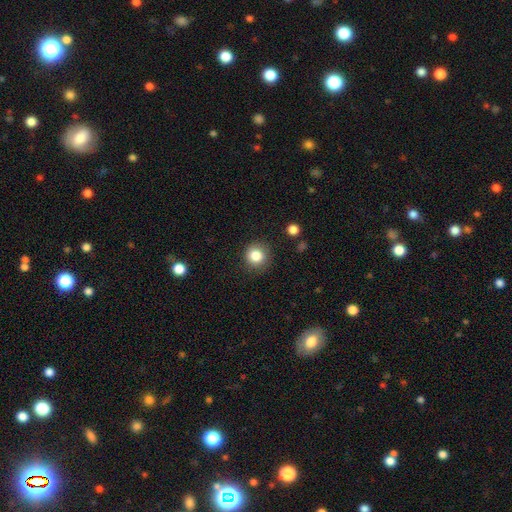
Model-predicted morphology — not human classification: A smooth galaxy with no disk features (83%) that is round (90%). Merging: none (87%).